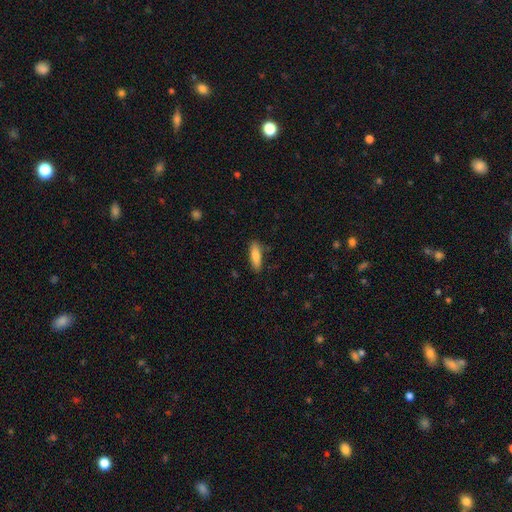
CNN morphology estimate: The model was most divided on "how rounded": cigar-shaped: 50%, in between: 48%, round: 2%. More confident: smooth or featured — smooth (84%); merging — none (84%).